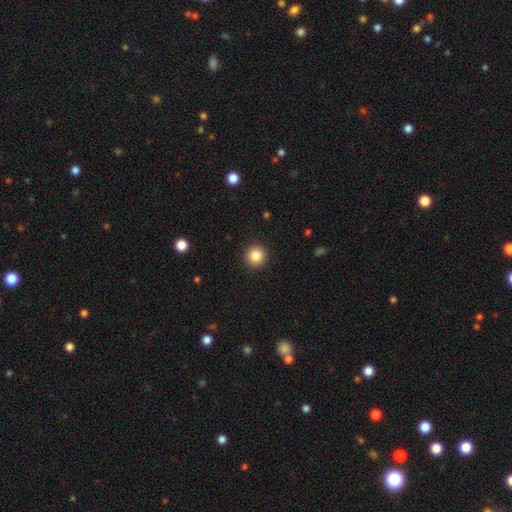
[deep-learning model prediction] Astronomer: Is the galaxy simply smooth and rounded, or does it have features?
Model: smooth — 85%.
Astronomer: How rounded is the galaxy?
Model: round — 95%.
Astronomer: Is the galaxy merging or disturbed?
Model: none — 92%.